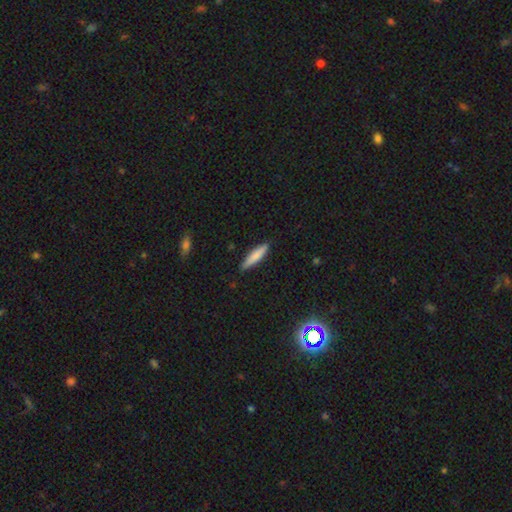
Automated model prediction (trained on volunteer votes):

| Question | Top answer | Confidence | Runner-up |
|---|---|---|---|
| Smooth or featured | smooth | 78% | featured or disk (16%) |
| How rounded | cigar-shaped | 84% | in between (14%) |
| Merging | none | 88% | minor disturbance (9%) |